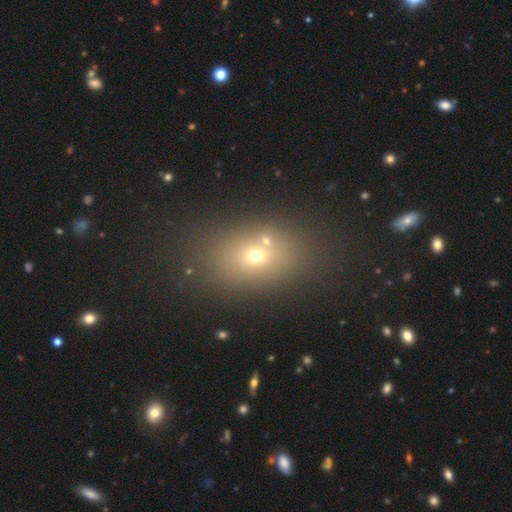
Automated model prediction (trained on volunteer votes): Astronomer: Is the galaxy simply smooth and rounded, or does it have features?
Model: smooth — 59%.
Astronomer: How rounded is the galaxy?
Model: in between — 67%.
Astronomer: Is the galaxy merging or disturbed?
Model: none — 69%.